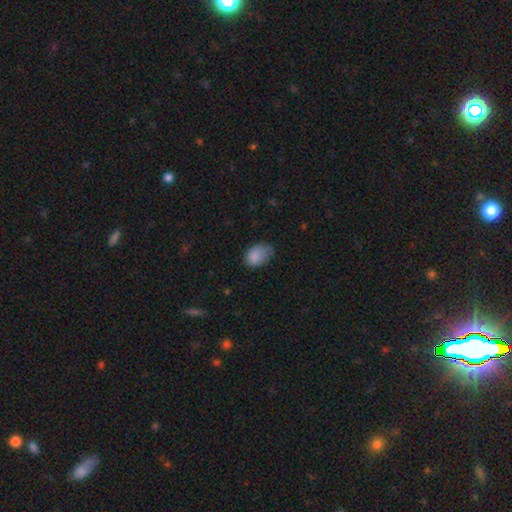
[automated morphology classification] smooth_or_featured: smooth (p=0.84) [alt: star or artifact p=0.08]
how_rounded: in between (p=0.81) [alt: round p=0.18]
merging: none (p=0.47) [alt: minor disturbance p=0.38]